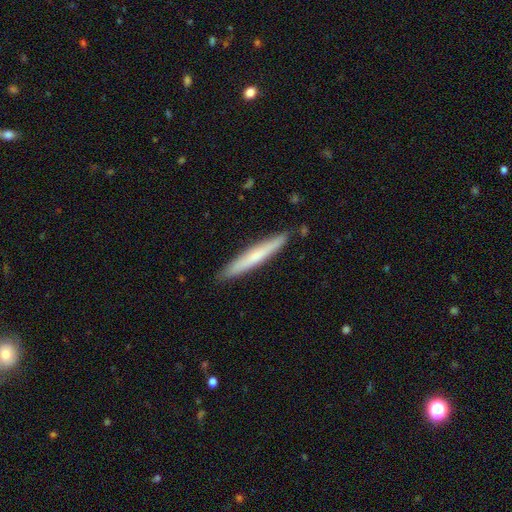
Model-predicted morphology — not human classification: smooth_or_featured: smooth (p=0.61) [alt: featured or disk p=0.34]
how_rounded: cigar-shaped (p=0.96) [alt: in between p=0.03]
merging: none (p=0.90) [alt: minor disturbance p=0.08]